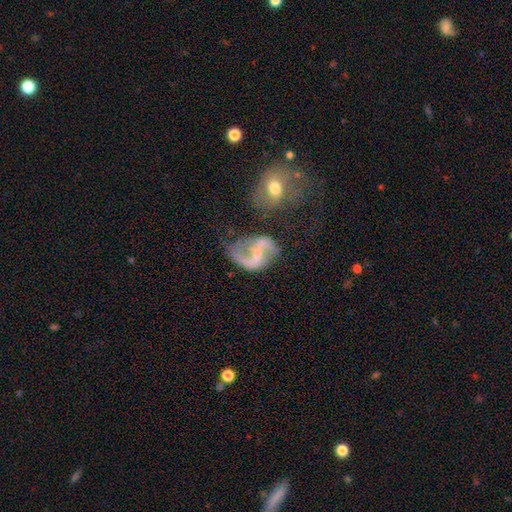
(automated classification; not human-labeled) Smooth or featured? featured or disk (82%)
Edge-on disk? no (98%)
Bar? weak (45%)
Spiral arms? yes (88%)
Spiral winding? loose (65%)
Spiral arm count? 2 (86%)
Bulge size? small (50%)
Merging? none (44%)